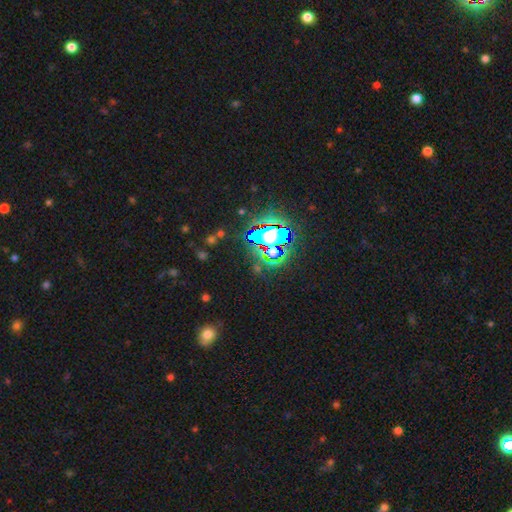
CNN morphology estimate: A star or artifact, not a galaxy (85%).